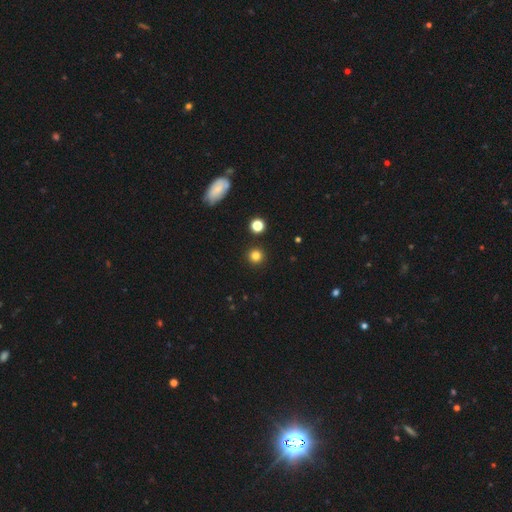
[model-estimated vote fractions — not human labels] smooth 81%, star or artifact 14%, featured or disk 5%. Down the decision tree: how rounded — round (95%); merging — none (91%).